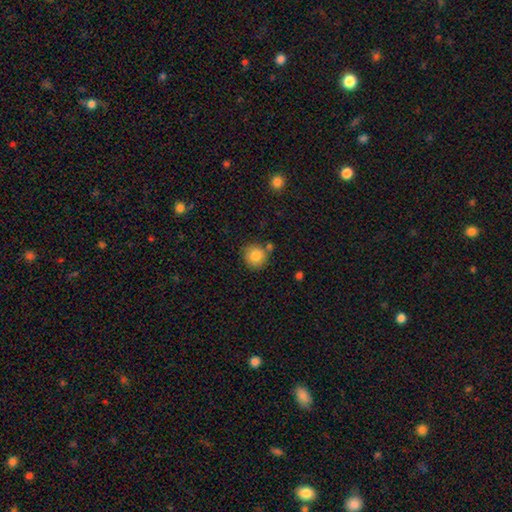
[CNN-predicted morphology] A smooth galaxy with no disk features (84%) that is round (91%).

Vote fractions:
- Smooth or featured? smooth: 84% / star or artifact: 9% / featured or disk: 7%
- How rounded? round: 91% / in between: 8% / cigar-shaped: 1%
- Merging? none: 73% / minor disturbance: 12% / merger: 12% / major disturbance: 3%